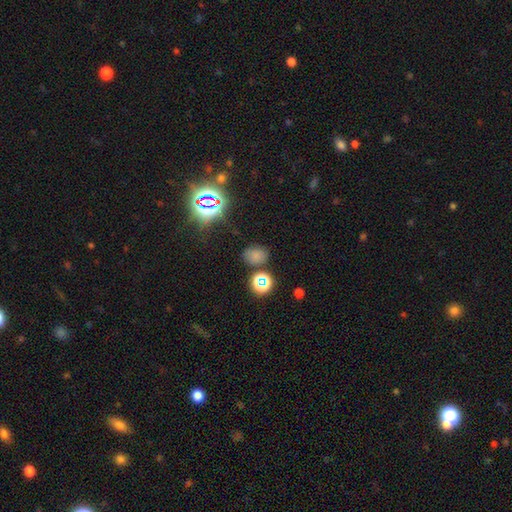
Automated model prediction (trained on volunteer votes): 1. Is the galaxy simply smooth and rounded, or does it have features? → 67% smooth, 27% star or artifact, 6% featured or disk.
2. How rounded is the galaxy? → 59% in between, 39% round, 1% cigar-shaped.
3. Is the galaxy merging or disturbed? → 76% none, 14% minor disturbance, 6% merger, 4% major disturbance.